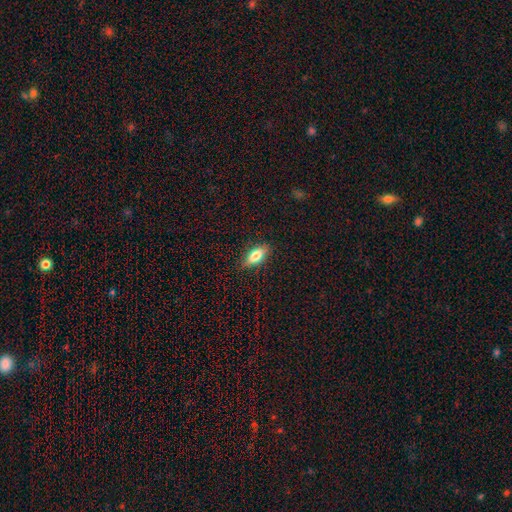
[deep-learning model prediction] This appears to be a smooth galaxy with no disk features (73%) that is in between round and cigar-shaped (77%). Merging: none (85%).